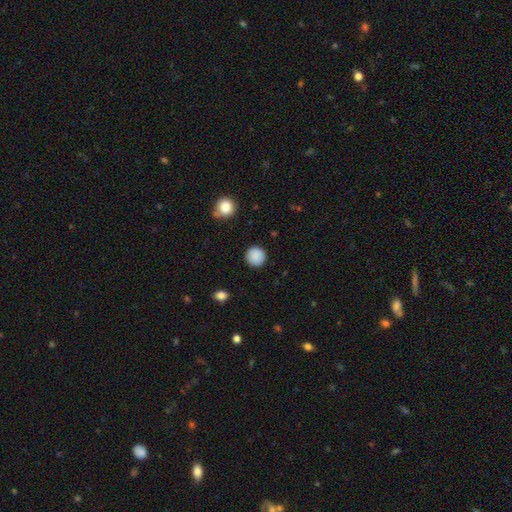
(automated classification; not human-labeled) This is clearly a smooth galaxy (89%). How rounded: clearly round (95%). Merging: clearly none (91%).